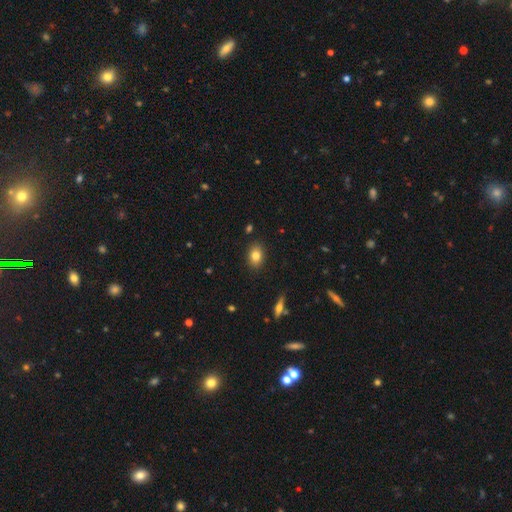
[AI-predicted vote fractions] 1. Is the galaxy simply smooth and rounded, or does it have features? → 80% smooth, 10% featured or disk, 10% star or artifact.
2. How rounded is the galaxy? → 71% in between, 27% round, 2% cigar-shaped.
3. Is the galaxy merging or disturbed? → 88% none, 9% minor disturbance, 2% major disturbance, 1% merger.